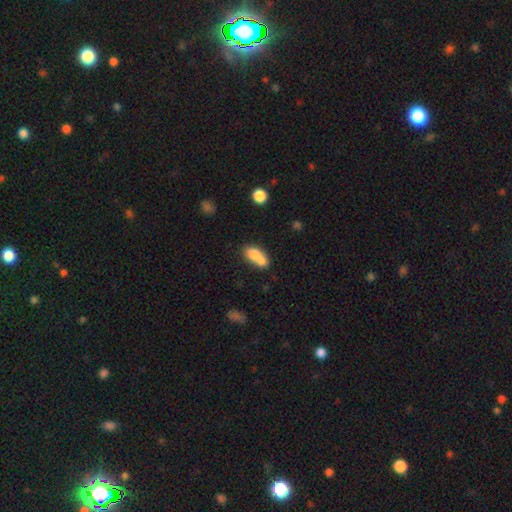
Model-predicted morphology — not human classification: A smooth galaxy with no disk features (73%) that is in between round and cigar-shaped (79%). Merging: merger (56%).